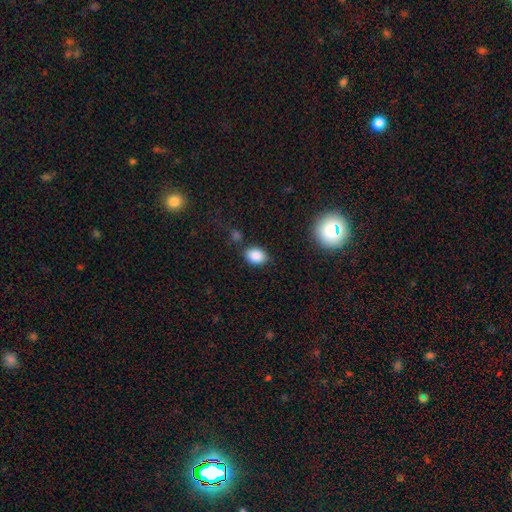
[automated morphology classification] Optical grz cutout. It shows a smooth galaxy with no disk features (87%) that is in between round and cigar-shaped (75%). Merging: none (76%).